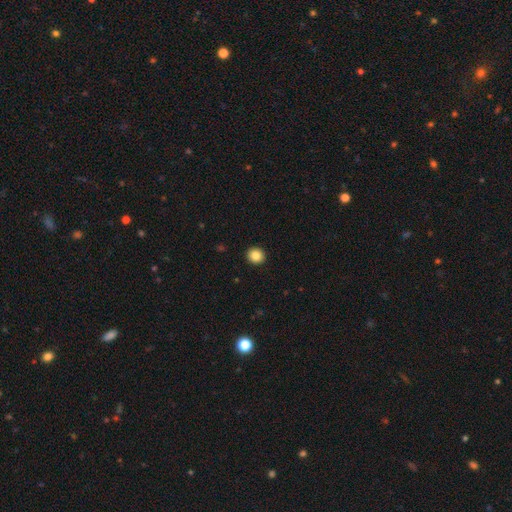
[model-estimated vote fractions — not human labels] A smooth galaxy with no disk features (86%) that is round (86%). Merging: none (93%).